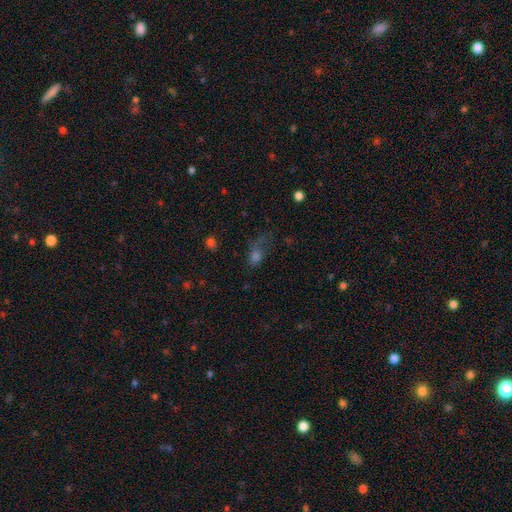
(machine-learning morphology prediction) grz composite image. It shows a smooth galaxy with no disk features (58%) that is in between round and cigar-shaped (61%). Merging: major disturbance (39%).